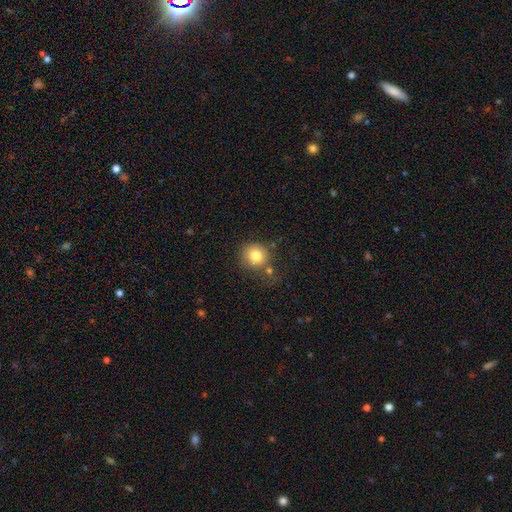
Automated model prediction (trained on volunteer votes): Morphology: type=smooth (81%); roundness=round (89%); merging=none (71%).